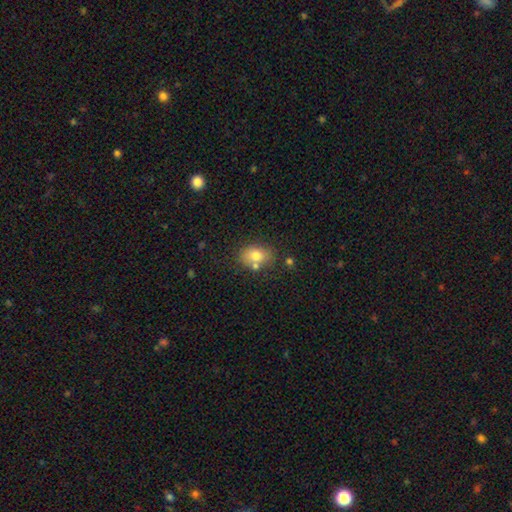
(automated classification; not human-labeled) Smooth or featured? smooth (75%)
How rounded? in between (67%)
Merging? none (65%)